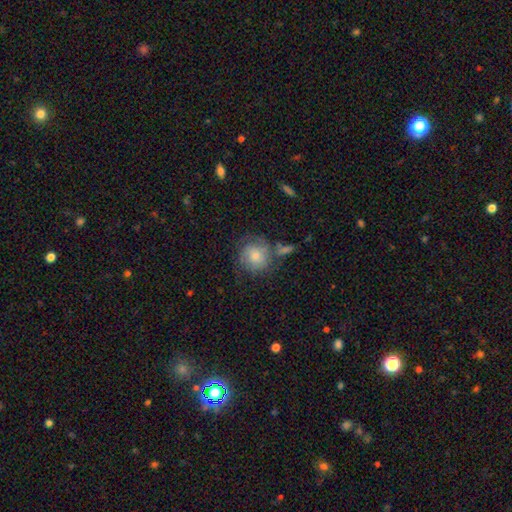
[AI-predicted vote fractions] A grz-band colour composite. It shows a smooth galaxy with no disk features (48%). Merging: none (54%).